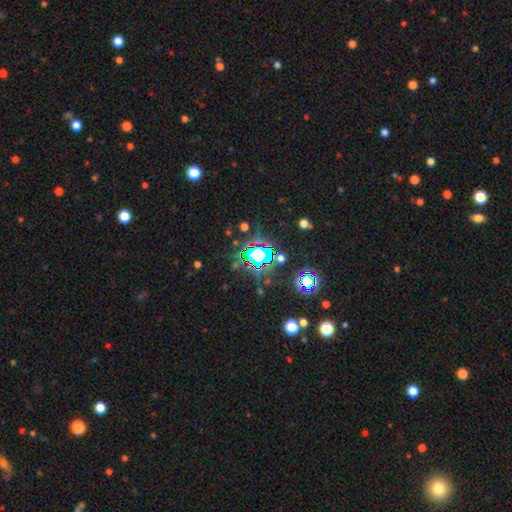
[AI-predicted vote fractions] Smooth or featured? Predicted: star or artifact (p=0.68).